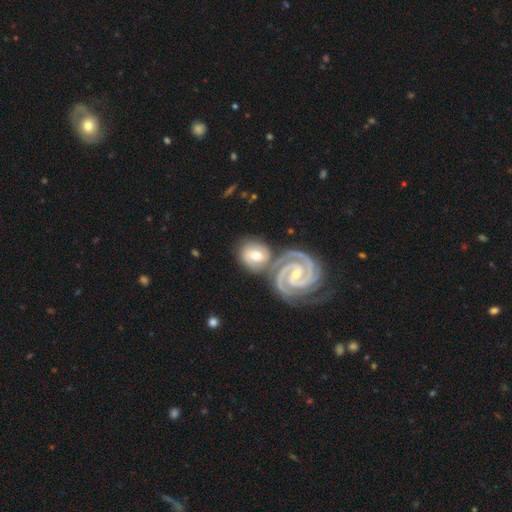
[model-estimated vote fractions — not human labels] smooth_or_featured: featured or disk (p=0.68) [alt: smooth p=0.27]
disk_edge_on: no (p=0.95) [alt: yes p=0.05]
bar: weak (p=0.40) [alt: no p=0.33]
has_spiral_arms: yes (p=0.96) [alt: no p=0.04]
spiral_winding: tight (p=0.70) [alt: medium p=0.27]
spiral_arm_count: 2 (p=0.70) [alt: 3 p=0.18]
bulge_size: moderate (p=0.55) [alt: small p=0.40]
merging: none (p=0.59) [alt: merger p=0.26]